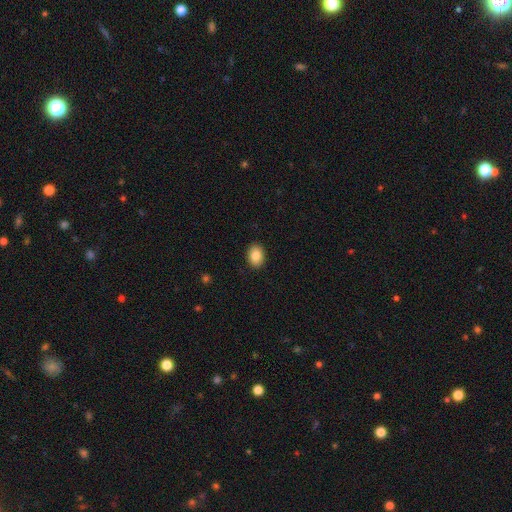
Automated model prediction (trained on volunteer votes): This is clearly a smooth galaxy (86%). How rounded: likely in between (72%). Merging: clearly none (91%).